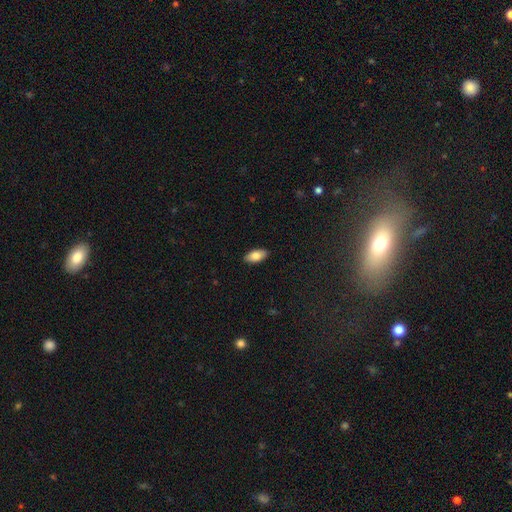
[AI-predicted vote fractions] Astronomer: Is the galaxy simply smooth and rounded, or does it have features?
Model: smooth — 81%.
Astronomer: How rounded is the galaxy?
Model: in between — 91%.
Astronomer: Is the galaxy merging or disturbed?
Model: none — 89%.